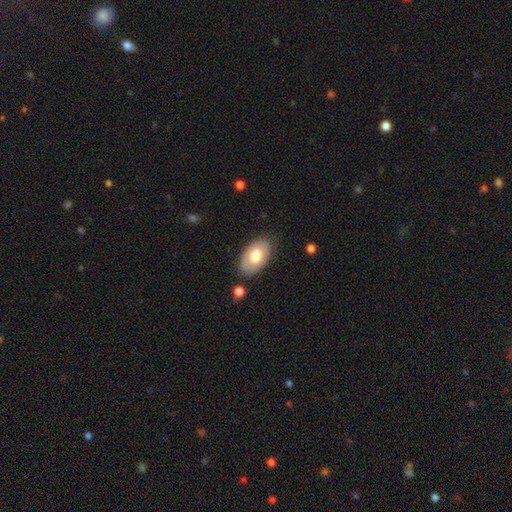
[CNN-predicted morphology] Smooth or featured? Predicted: smooth (p=0.67). How rounded? Predicted: in between (p=0.93). Merging? Predicted: none (p=0.79).